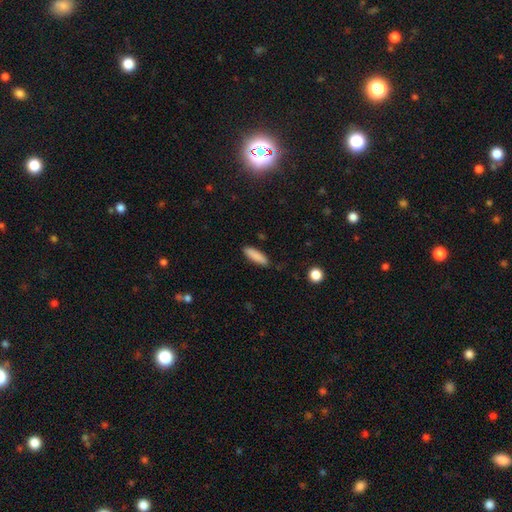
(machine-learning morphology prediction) Smooth or featured? smooth (87%)
How rounded? cigar-shaped (58%)
Merging? none (85%)